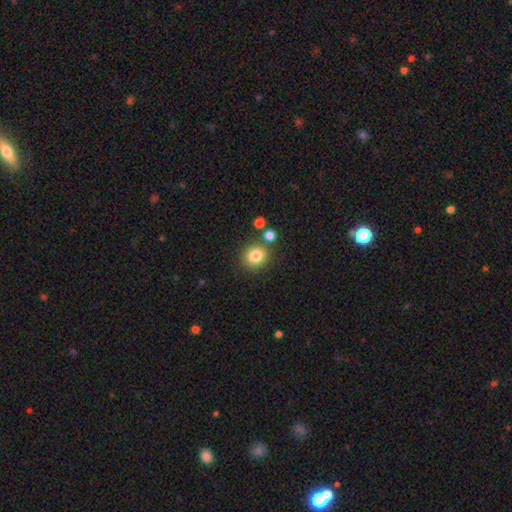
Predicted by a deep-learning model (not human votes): Smooth or featured? Predicted: smooth (p=0.82). How rounded? Predicted: round (p=0.82). Merging? Predicted: none (p=0.79).